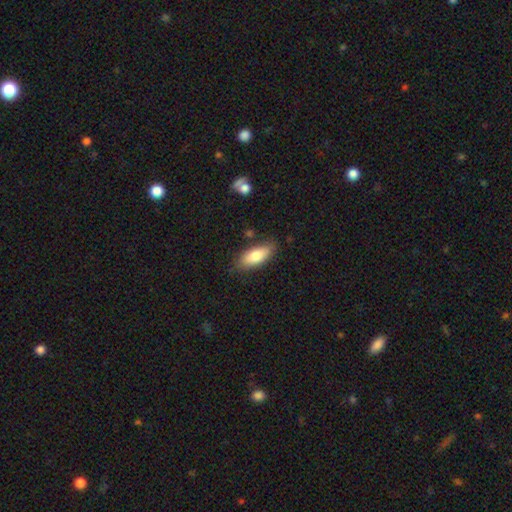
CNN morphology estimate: This appears to be a smooth galaxy with no disk features (80%) that is in between round and cigar-shaped (79%). Merging: none (81%).